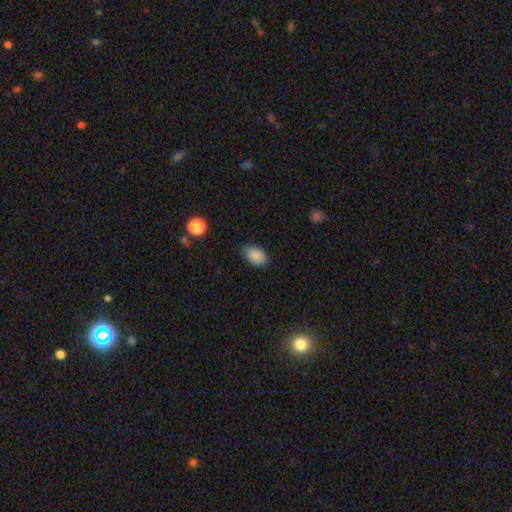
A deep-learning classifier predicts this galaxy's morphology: The model was most divided on "merging": none: 77%, minor disturbance: 18%, major disturbance: 3%, merger: 1%. More confident: smooth or featured — smooth (88%); how rounded — in between (84%).